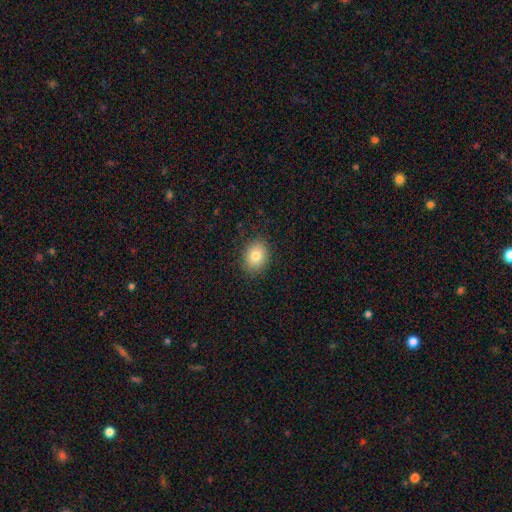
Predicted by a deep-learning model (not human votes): A smooth galaxy with no disk features (81%) that is in between round and cigar-shaped (52%).

Vote fractions:
- Smooth or featured? smooth: 81% / star or artifact: 10% / featured or disk: 9%
- How rounded? in between: 52% / round: 47% / cigar-shaped: 1%
- Merging? none: 86% / minor disturbance: 10% / major disturbance: 3% / merger: 1%